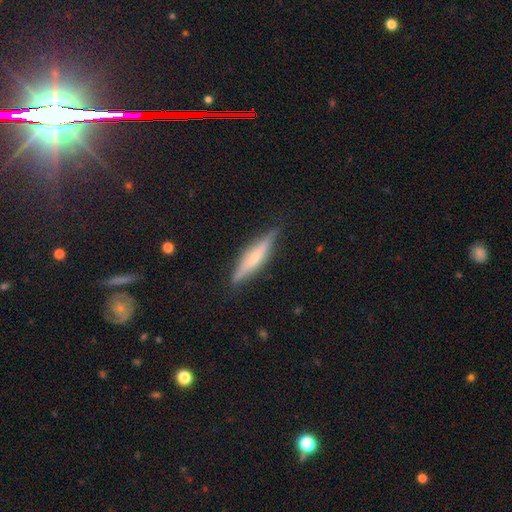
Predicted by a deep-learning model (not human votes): Smooth or featured?
  - featured or disk: 61% *
  - smooth: 32%
  - star or artifact: 7%
Edge-on disk?
  - yes: 95% *
  - no: 5%
Edge-on bulge?
  - rounded: 64% *
  - none: 22%
  - boxy: 15%
Merging?
  - none: 86% *
  - minor disturbance: 10%
  - major disturbance: 2%
  - merger: 1%